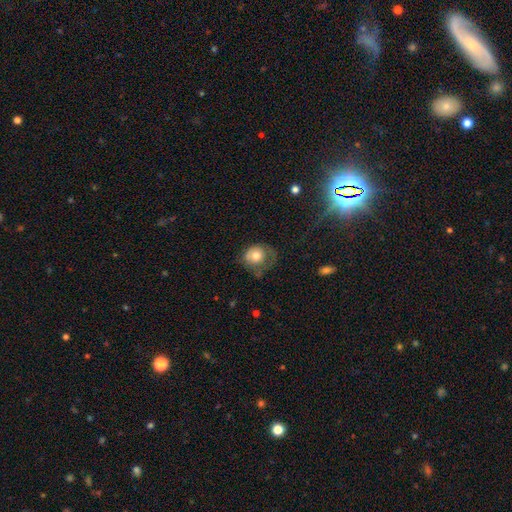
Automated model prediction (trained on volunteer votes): A smooth galaxy with no disk features (68%) that is round (71%).

Vote fractions:
- Smooth or featured? smooth: 68% / featured or disk: 23% / star or artifact: 8%
- How rounded? round: 71% / in between: 28% / cigar-shaped: 1%
- Merging? none: 38% / minor disturbance: 30% / major disturbance: 29% / merger: 3%